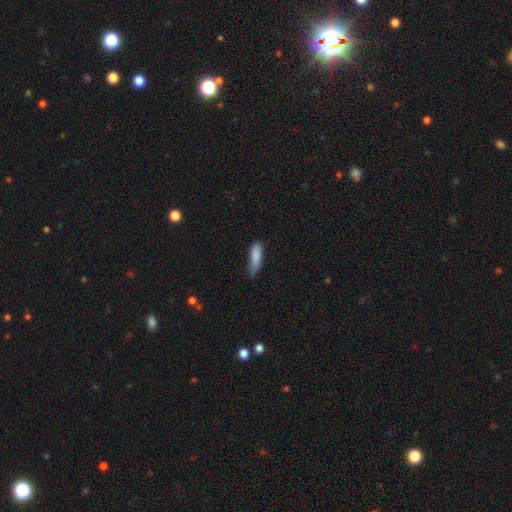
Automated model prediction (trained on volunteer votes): This is clearly a smooth galaxy (85%). How rounded: likely cigar-shaped (63%). Merging: possibly none (52%).